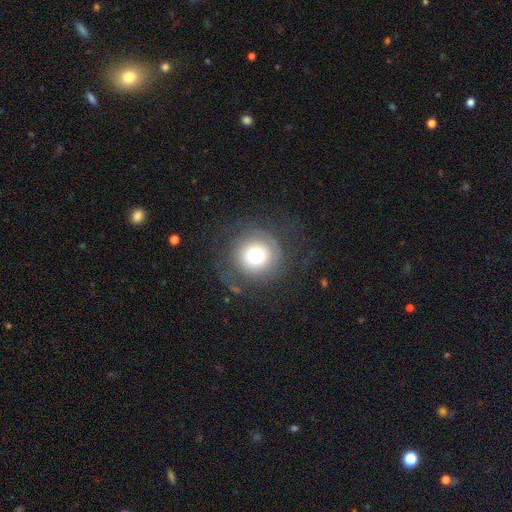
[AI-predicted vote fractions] A smooth galaxy with no disk features (47%). Merging: none (68%).